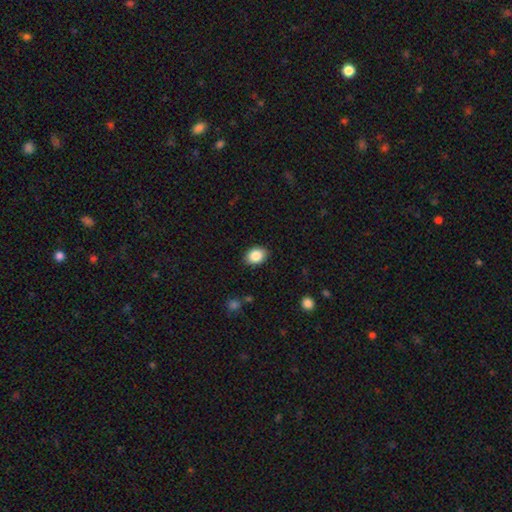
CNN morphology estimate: Smooth or featured?
  - smooth: 87% *
  - star or artifact: 8%
  - featured or disk: 5%
How rounded?
  - in between: 66% *
  - round: 33%
  - cigar-shaped: 1%
Merging?
  - none: 87% *
  - minor disturbance: 9%
  - major disturbance: 2%
  - merger: 1%